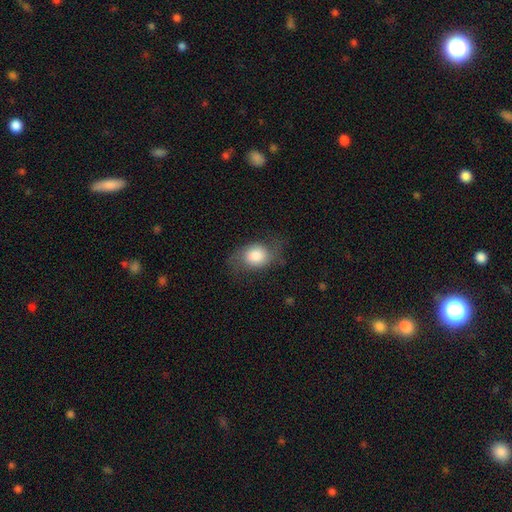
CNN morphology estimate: smooth 65%, featured or disk 27%, star or artifact 8%. Down the decision tree: how rounded — in between (61%); merging — none (62%).